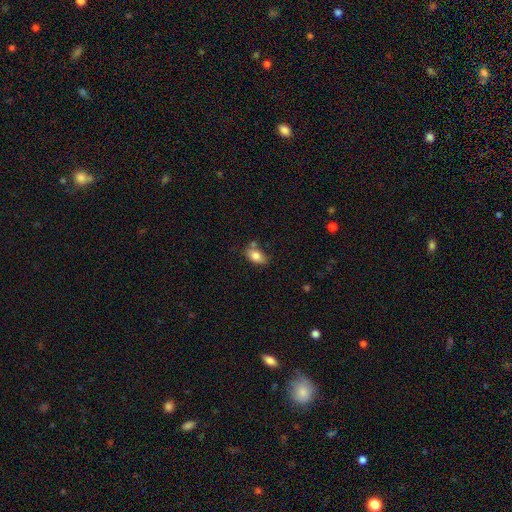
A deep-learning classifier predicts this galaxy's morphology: This is likely a smooth galaxy (80%). How rounded: clearly in between (88%). Merging: likely none (62%).